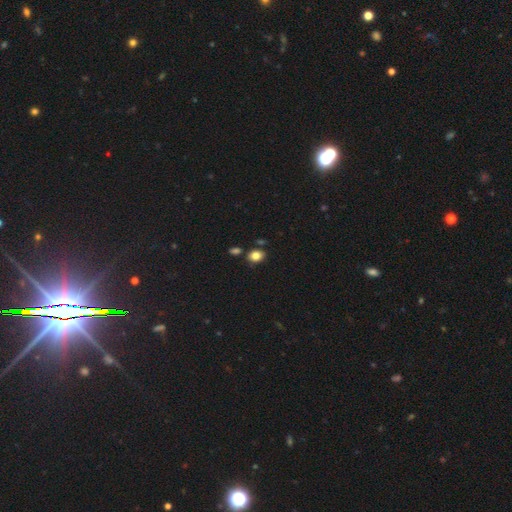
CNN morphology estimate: Smooth or featured? smooth (83%)
How rounded? in between (58%)
Merging? none (77%)